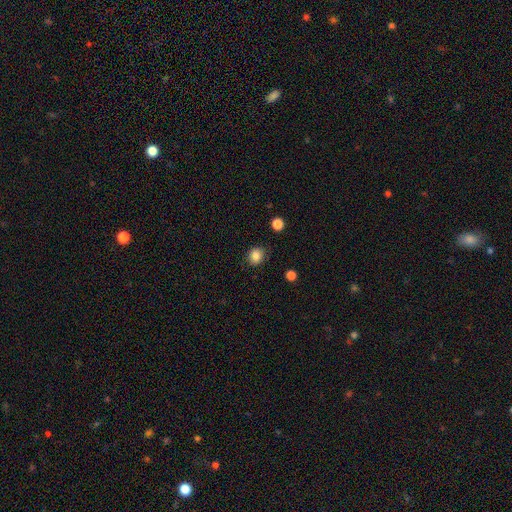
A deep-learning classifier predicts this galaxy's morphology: Smooth or featured?
  - smooth: 85% *
  - star or artifact: 11%
  - featured or disk: 5%
How rounded?
  - round: 73% *
  - in between: 26%
  - cigar-shaped: 1%
Merging?
  - none: 84% *
  - minor disturbance: 12%
  - major disturbance: 3%
  - merger: 2%